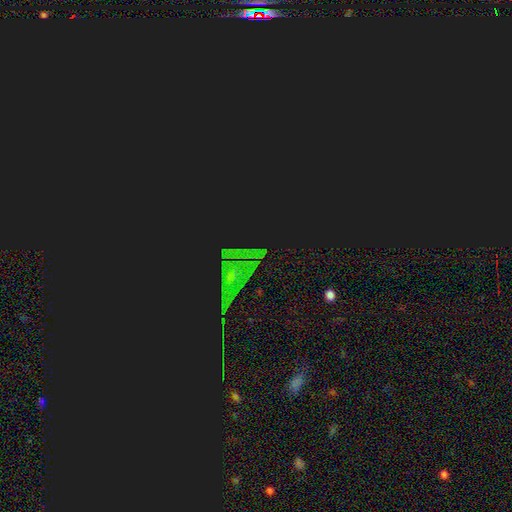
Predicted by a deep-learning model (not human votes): Q: Smooth or featured?
A: star or artifact (71%); runner-up: featured or disk (14%)